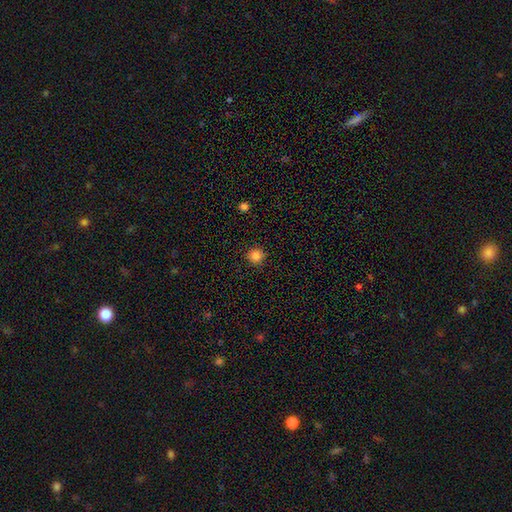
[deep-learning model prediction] A smooth galaxy with no disk features (84%) that is round (95%).

Vote fractions:
- Smooth or featured? smooth: 84% / star or artifact: 12% / featured or disk: 4%
- How rounded? round: 95% / in between: 4% / cigar-shaped: 1%
- Merging? none: 92% / minor disturbance: 5% / major disturbance: 2% / merger: 1%